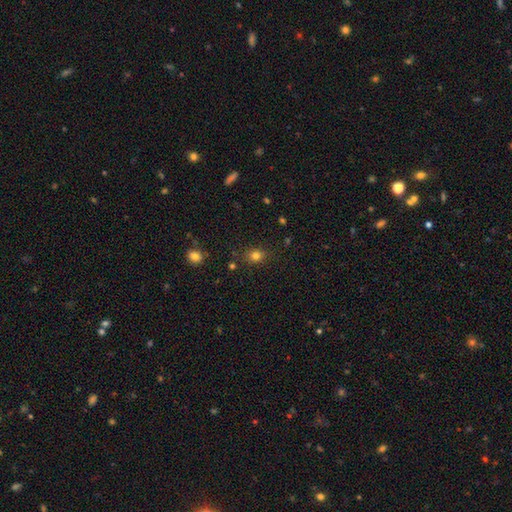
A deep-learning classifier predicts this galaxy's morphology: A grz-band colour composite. It shows a smooth galaxy with no disk features (79%) that is round (55%). Merging: none (83%).